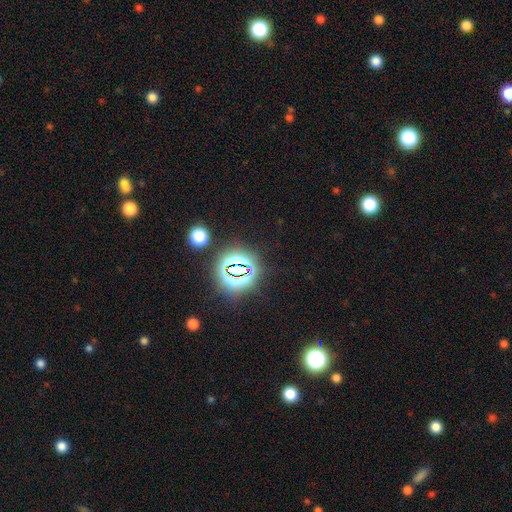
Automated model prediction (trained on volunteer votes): Q: Smooth or featured?
A: star or artifact (78%); runner-up: smooth (14%)